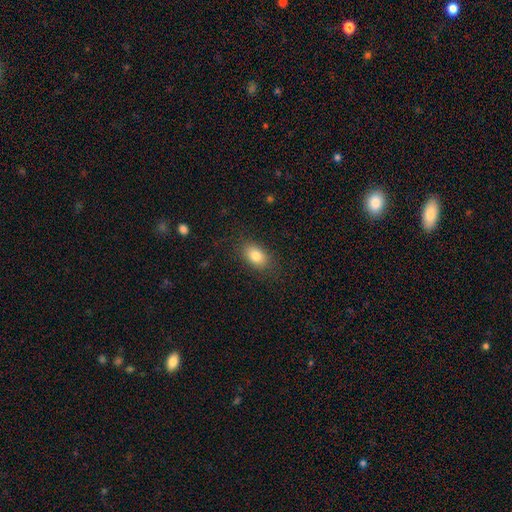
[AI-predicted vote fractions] Overall: smooth (82%). How rounded: in between (86%). Merging: none (84%).